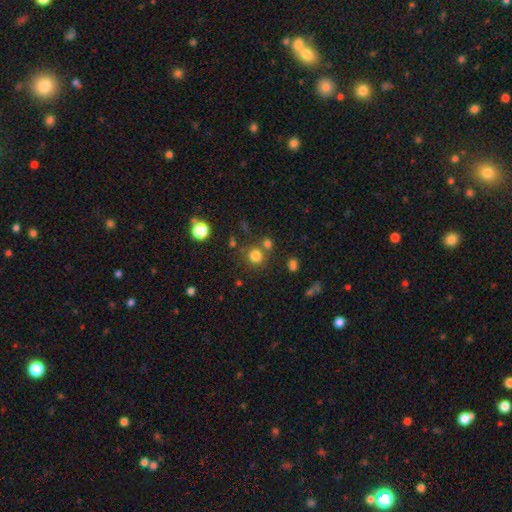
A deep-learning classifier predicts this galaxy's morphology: Smooth or featured? smooth (78%)
How rounded? round (91%)
Merging? none (72%)